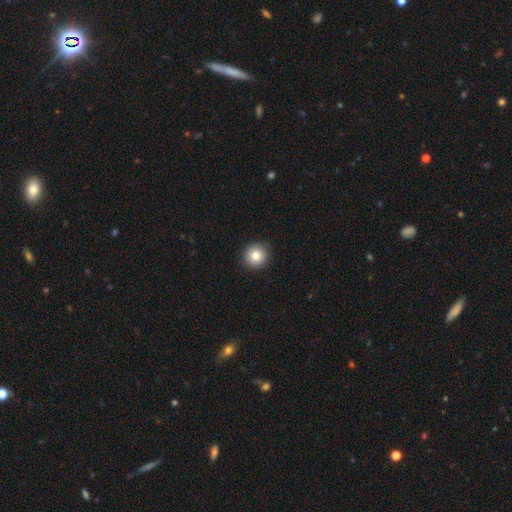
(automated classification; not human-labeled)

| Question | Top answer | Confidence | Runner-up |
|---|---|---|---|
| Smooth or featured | smooth | 80% | featured or disk (10%) |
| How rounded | round | 95% | in between (4%) |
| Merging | none | 91% | minor disturbance (6%) |